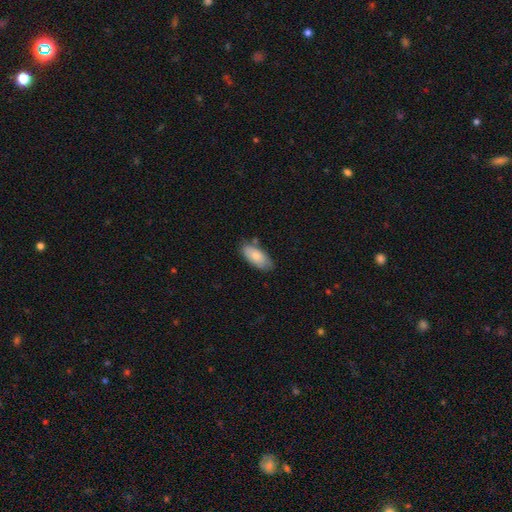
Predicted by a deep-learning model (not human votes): Smooth or featured? smooth (76%)
How rounded? in between (92%)
Merging? none (74%)